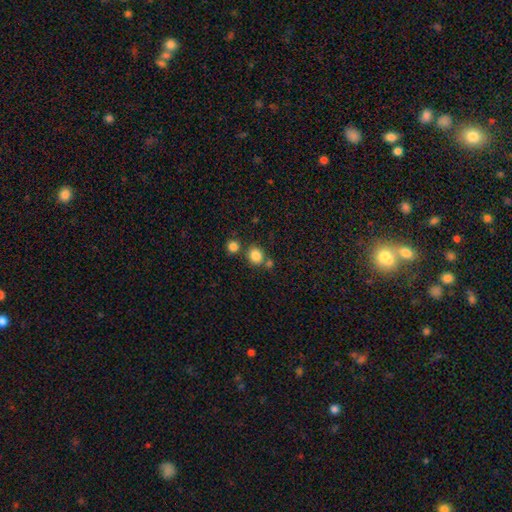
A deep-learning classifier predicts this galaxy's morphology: Overall: smooth (83%). How rounded: round (78%). Merging: none (69%).